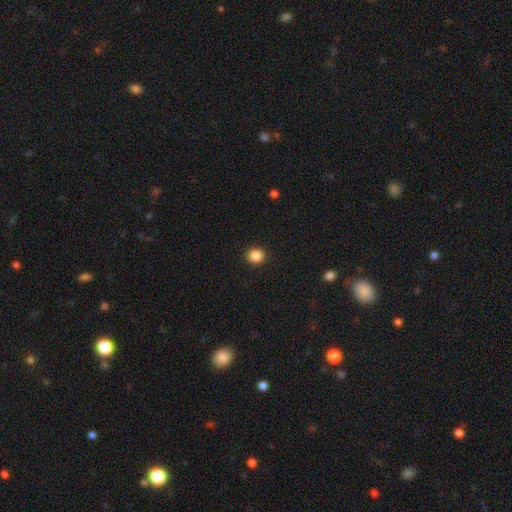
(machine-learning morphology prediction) Q: Smooth or featured?
A: smooth (87%); runner-up: star or artifact (10%)
Q: How rounded?
A: round (86%); runner-up: in between (13%)
Q: Merging?
A: none (93%); runner-up: minor disturbance (5%)